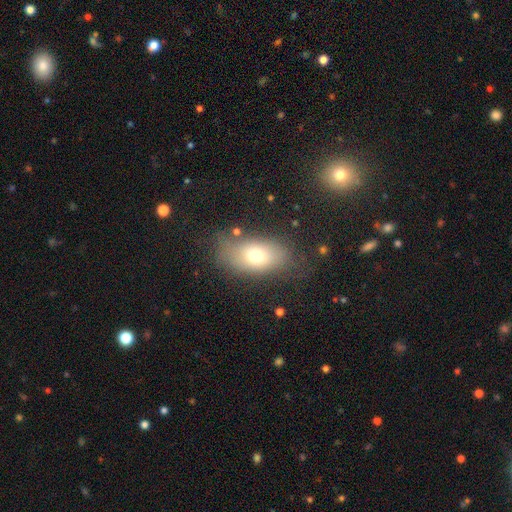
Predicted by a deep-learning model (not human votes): A smooth galaxy with no disk features (70%) that is in between round and cigar-shaped (87%).

Vote fractions:
- Smooth or featured? smooth: 70% / featured or disk: 19% / star or artifact: 11%
- How rounded? in between: 87% / round: 10% / cigar-shaped: 3%
- Merging? none: 68% / minor disturbance: 20% / major disturbance: 9% / merger: 3%